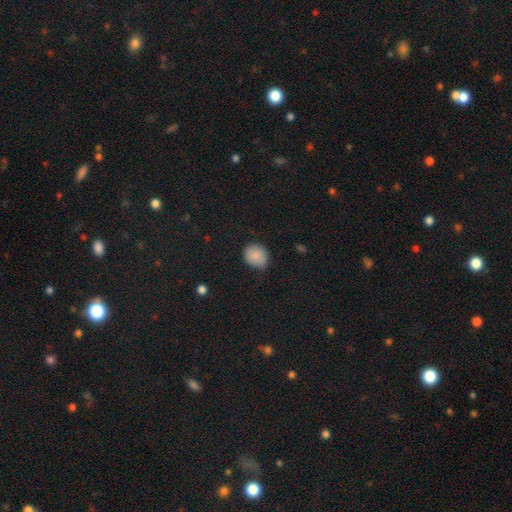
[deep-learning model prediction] Smooth or featured: smooth — 85% (star or artifact — 8%)
How rounded: round — 72% (in between — 27%)
Merging: none — 64% (minor disturbance — 29%)